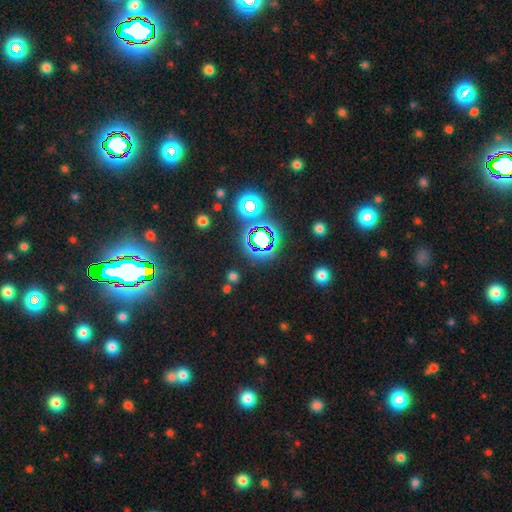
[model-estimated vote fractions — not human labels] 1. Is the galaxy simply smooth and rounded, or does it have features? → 75% star or artifact, 18% smooth, 7% featured or disk.